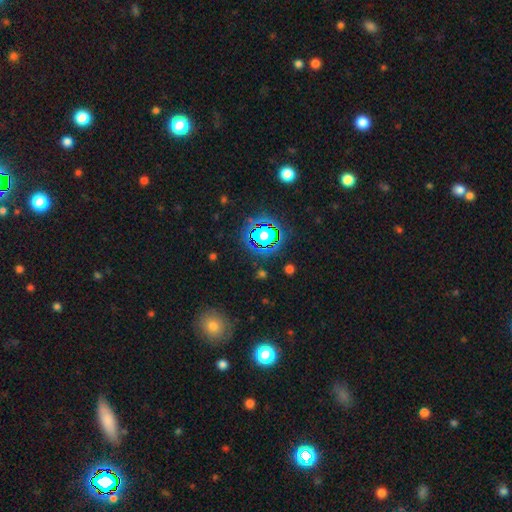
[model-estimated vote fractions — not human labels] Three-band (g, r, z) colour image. It shows a star or artifact, not a galaxy (69%).